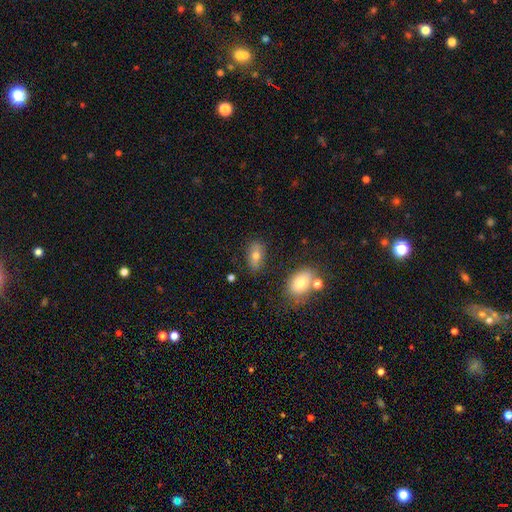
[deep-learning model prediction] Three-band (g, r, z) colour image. It shows a smooth galaxy with no disk features (68%) that is in between round and cigar-shaped (85%). Merging: none (77%).